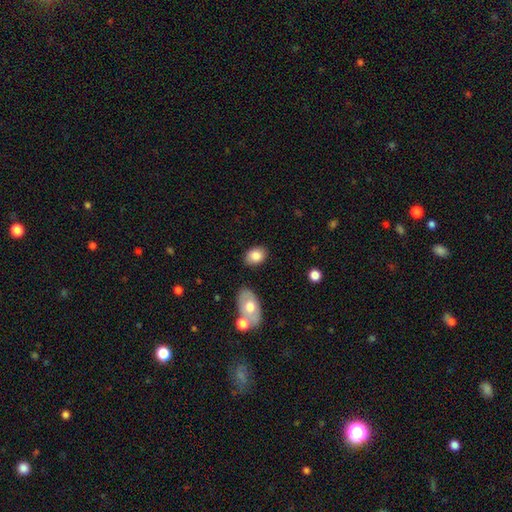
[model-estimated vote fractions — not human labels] Smooth or featured? smooth (82%)
How rounded? in between (78%)
Merging? none (80%)